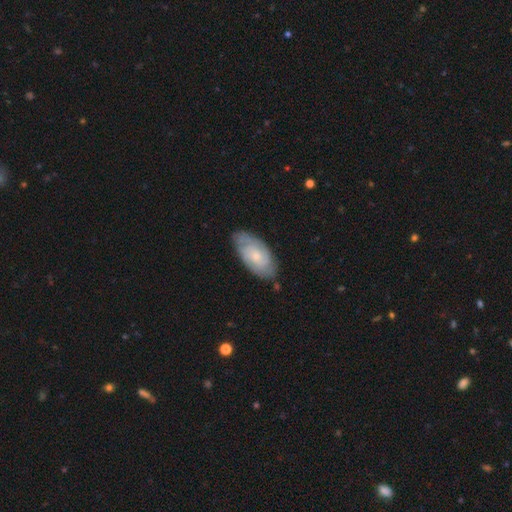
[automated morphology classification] This is likely a featured or disk galaxy (69%). It is clearly not viewed edge-on (94%). Bar: likely no (73%). Spiral arm pattern: clearly yes (91%). Spiral arm count: marginally can't tell (39%). Spiral winding: likely tight (67%). Central bulge: likely small (67%). Merging: likely none (77%).